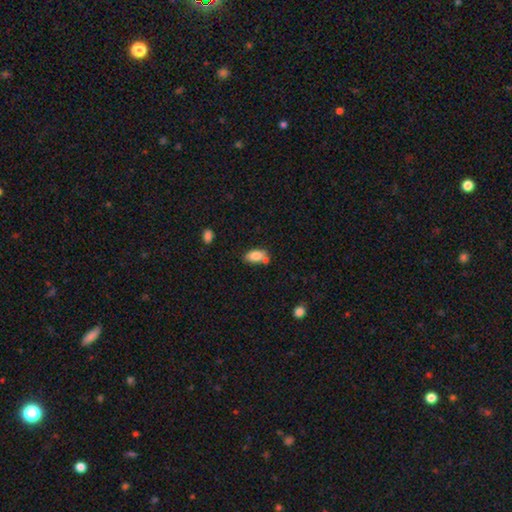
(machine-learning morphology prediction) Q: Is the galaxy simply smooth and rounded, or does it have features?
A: smooth — 83%.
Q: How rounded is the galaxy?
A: in between — 91%.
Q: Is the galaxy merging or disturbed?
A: none — 54%.